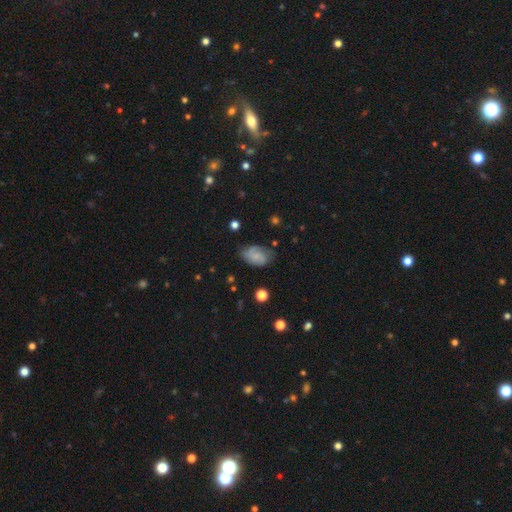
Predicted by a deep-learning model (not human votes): Overall: featured or disk (46%; smooth 45%). Merging: none (62%; minor disturbance 26%).